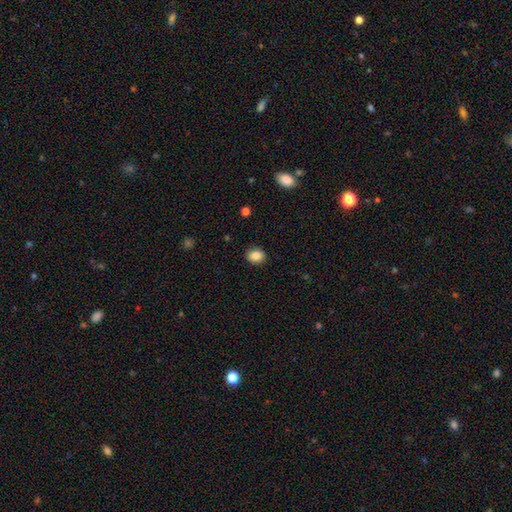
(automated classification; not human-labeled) smooth 86%, star or artifact 9%, featured or disk 5%. Down the decision tree: how rounded — round (51%); merging — none (89%).